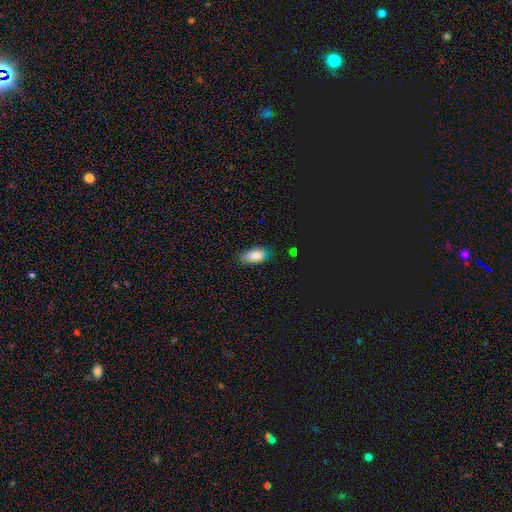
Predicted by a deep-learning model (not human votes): smooth-or-featured: smooth: 81% | star or artifact: 12% | featured or disk: 7%
  how-rounded: in between: 90% | cigar-shaped: 5% | round: 4%
  merging: none: 71% | minor disturbance: 22% | major disturbance: 5% | merger: 2%